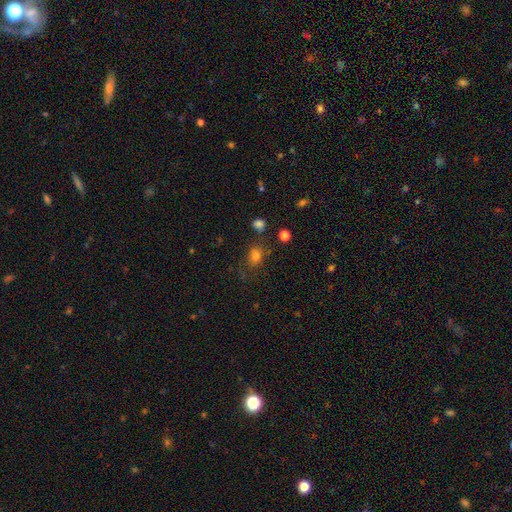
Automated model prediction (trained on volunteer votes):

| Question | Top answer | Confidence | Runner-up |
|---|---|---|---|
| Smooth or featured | smooth | 74% | star or artifact (18%) |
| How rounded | round | 50% | in between (49%) |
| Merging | none | 65% | minor disturbance (19%) |